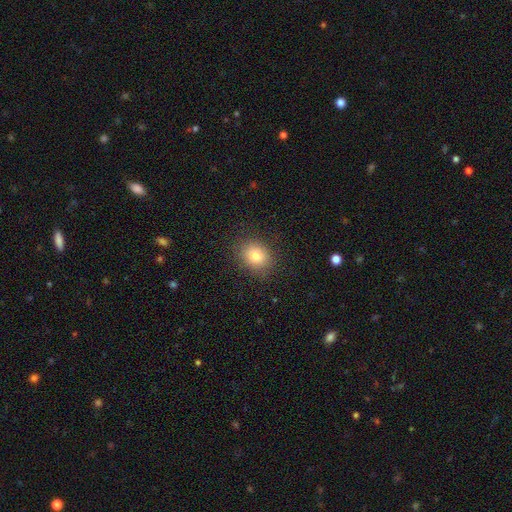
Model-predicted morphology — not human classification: smooth_or_featured: smooth (p=0.79) [alt: star or artifact p=0.11]
how_rounded: round (p=0.56) [alt: in between p=0.43]
merging: none (p=0.87) [alt: minor disturbance p=0.09]